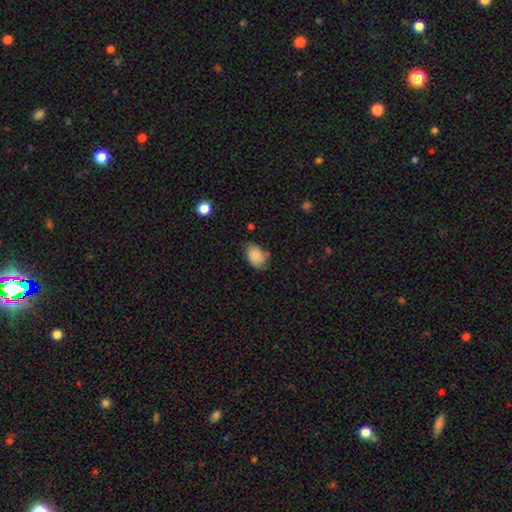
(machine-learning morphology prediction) The model was most divided on "merging": none: 53%, minor disturbance: 34%, major disturbance: 9%, merger: 4%. More confident: how rounded — in between (78%); smooth or featured — smooth (77%).